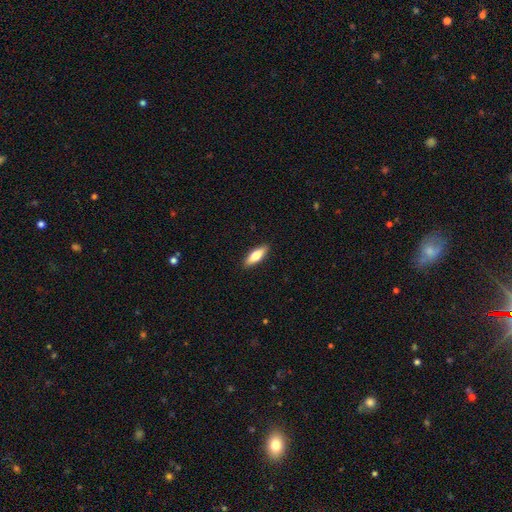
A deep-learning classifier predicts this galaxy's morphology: Smooth or featured: smooth — 71% (featured or disk — 23%)
How rounded: in between — 58% (cigar-shaped — 40%)
Merging: none — 89% (minor disturbance — 8%)